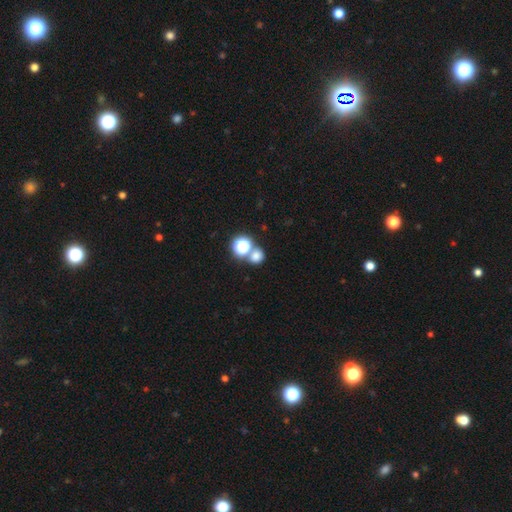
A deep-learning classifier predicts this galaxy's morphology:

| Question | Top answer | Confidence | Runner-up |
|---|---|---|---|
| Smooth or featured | smooth | 69% | star or artifact (24%) |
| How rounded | round | 78% | in between (21%) |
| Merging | none | 56% | merger (32%) |